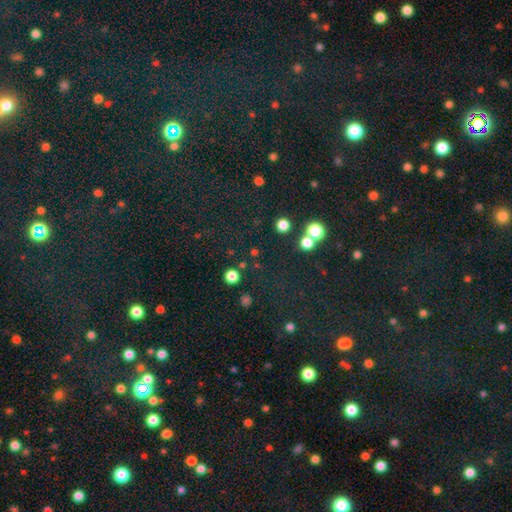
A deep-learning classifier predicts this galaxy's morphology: Smooth or featured? Predicted: star or artifact (p=0.78).